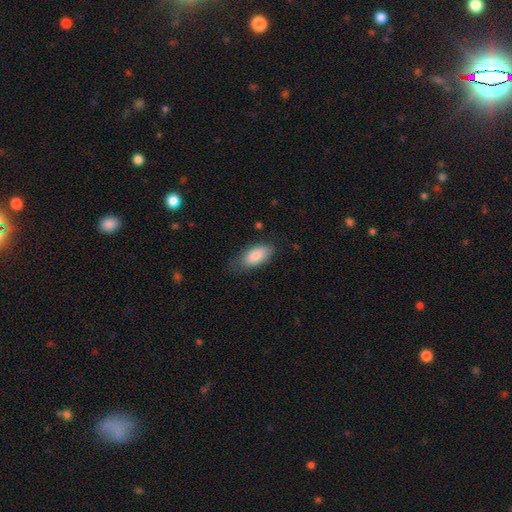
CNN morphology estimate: smooth 86%, featured or disk 8%, star or artifact 6%. Down the decision tree: how rounded — in between (91%); merging — none (70%).